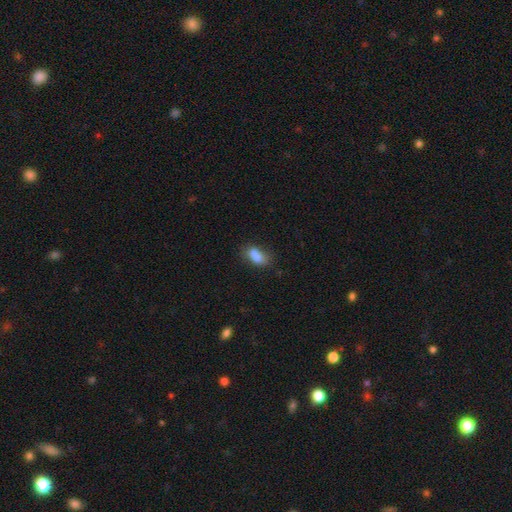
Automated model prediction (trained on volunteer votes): smooth-or-featured: smooth: 79% | featured or disk: 11% | star or artifact: 10%
  how-rounded: in between: 83% | cigar-shaped: 9% | round: 8%
  merging: none: 50% | minor disturbance: 23% | merger: 18% | major disturbance: 8%